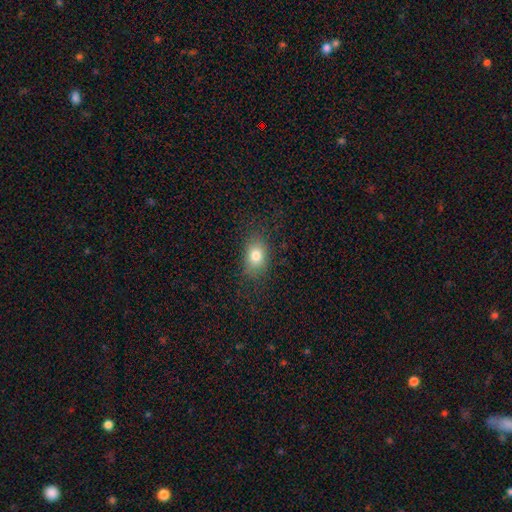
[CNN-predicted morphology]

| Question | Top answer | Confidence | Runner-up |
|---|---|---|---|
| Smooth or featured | smooth | 80% | star or artifact (10%) |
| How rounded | in between | 75% | round (24%) |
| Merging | none | 82% | minor disturbance (12%) |